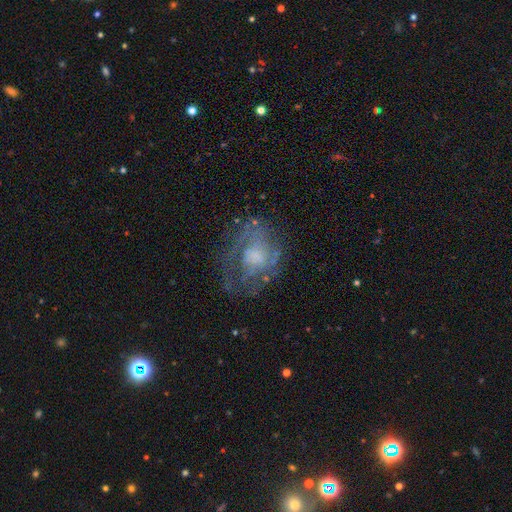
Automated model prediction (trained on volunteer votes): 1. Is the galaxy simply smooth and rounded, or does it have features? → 63% featured or disk, 26% smooth, 11% star or artifact.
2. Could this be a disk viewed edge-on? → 97% no, 3% yes.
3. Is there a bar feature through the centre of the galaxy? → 81% no, 16% weak, 3% strong.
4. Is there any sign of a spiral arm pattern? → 52% no, 48% yes.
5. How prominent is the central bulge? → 36% moderate, 22% none, 22% small, 18% large, 2% dominant.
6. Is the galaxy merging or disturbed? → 52% none, 26% major disturbance, 20% minor disturbance, 2% merger.